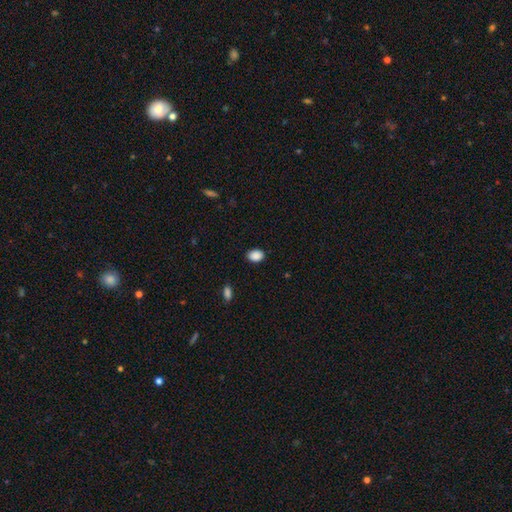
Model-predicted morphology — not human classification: smooth-or-featured: smooth: 89% | star or artifact: 8% | featured or disk: 3%
  how-rounded: in between: 75% | round: 24% | cigar-shaped: 1%
  merging: none: 87% | minor disturbance: 9% | major disturbance: 2% | merger: 1%